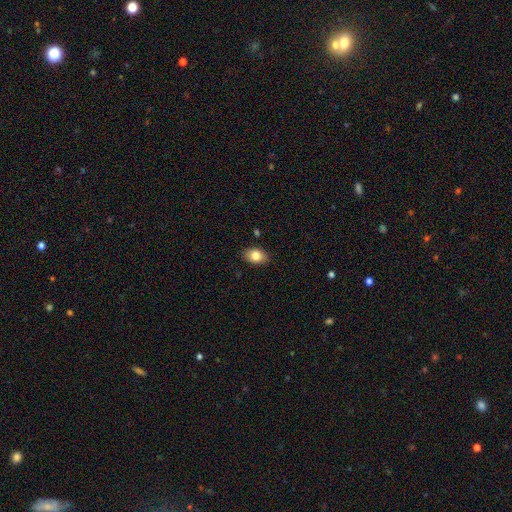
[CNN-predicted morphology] Smooth or featured?
  - smooth: 83% *
  - featured or disk: 9%
  - star or artifact: 8%
How rounded?
  - in between: 83% *
  - round: 16%
  - cigar-shaped: 1%
Merging?
  - none: 88% *
  - minor disturbance: 9%
  - major disturbance: 2%
  - merger: 1%